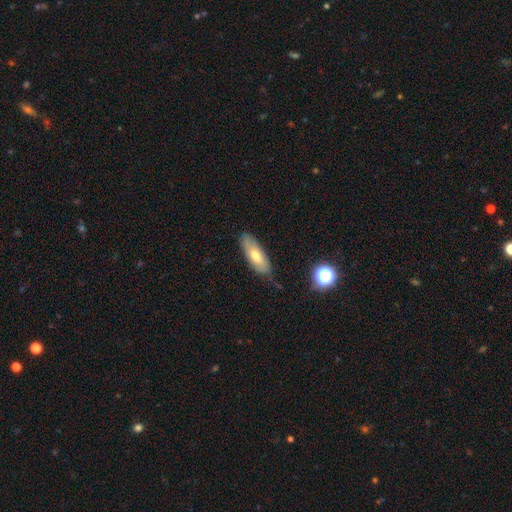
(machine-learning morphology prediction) Q: Smooth or featured?
A: smooth (66%); runner-up: featured or disk (27%)
Q: How rounded?
A: in between (70%); runner-up: cigar-shaped (27%)
Q: Merging?
A: none (72%); runner-up: minor disturbance (22%)